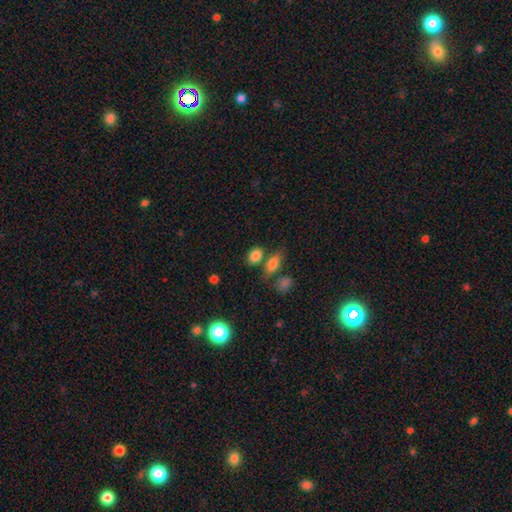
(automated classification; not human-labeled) smooth 83%, star or artifact 10%, featured or disk 7%. Down the decision tree: how rounded — in between (76%); merging — none (62%).